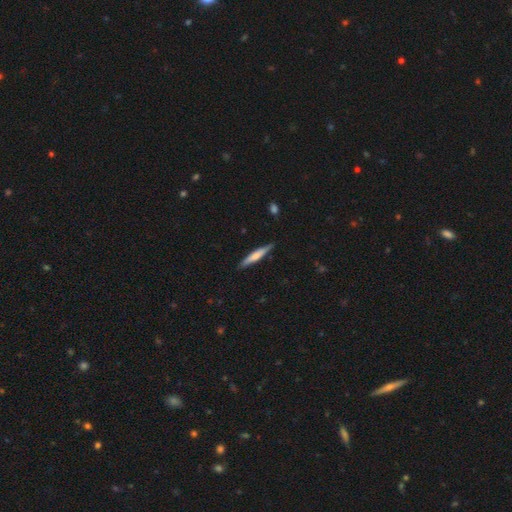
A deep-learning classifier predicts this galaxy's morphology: The model was most divided on "smooth or featured": smooth: 58%, featured or disk: 37%, star or artifact: 5%. More confident: how rounded — cigar-shaped (93%); merging — none (88%).